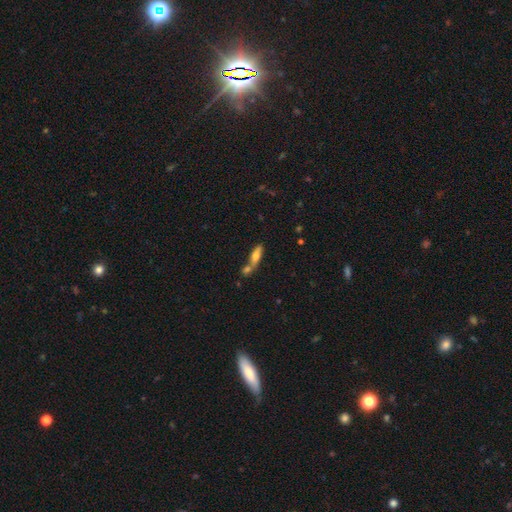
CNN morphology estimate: A smooth galaxy with no disk features (62%) that is cigar-shaped (53%). Merging: none (44%).